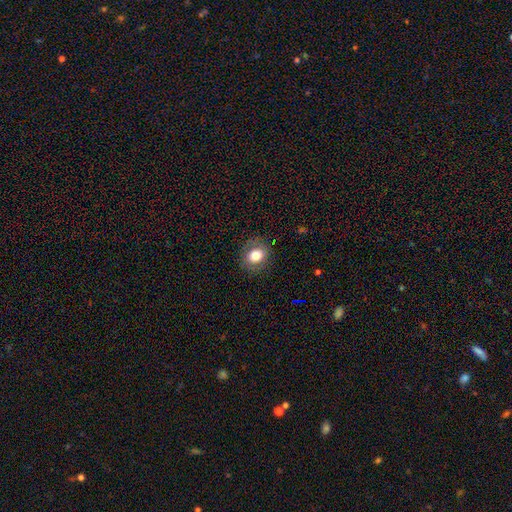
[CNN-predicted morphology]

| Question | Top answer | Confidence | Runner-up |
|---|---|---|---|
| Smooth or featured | smooth | 78% | featured or disk (12%) |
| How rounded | round | 60% | in between (39%) |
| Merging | none | 84% | minor disturbance (11%) |